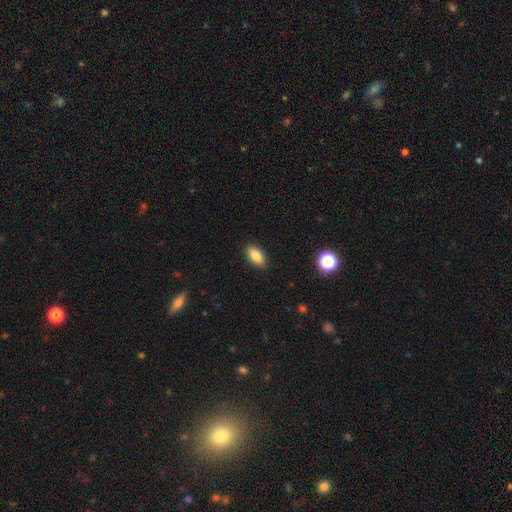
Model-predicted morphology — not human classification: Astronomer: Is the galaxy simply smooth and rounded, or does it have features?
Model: smooth — 83%.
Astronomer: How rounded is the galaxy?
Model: in between — 87%.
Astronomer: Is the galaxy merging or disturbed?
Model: none — 89%.